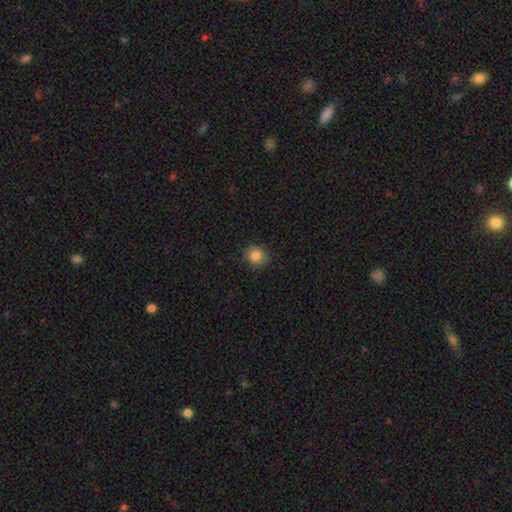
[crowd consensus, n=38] Smooth or featured? 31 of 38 (82%) said smooth. How rounded? 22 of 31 (71%) said round. Merging? 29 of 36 (81%) said none.